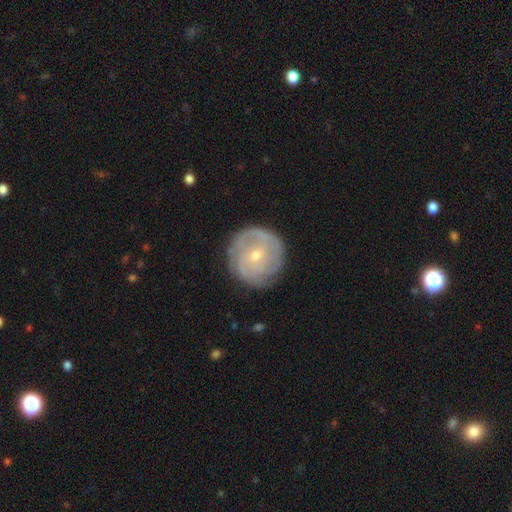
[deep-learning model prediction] A featured or disk galaxy (78%) with no bar (60%), tight (70%) spiral arms (90%) and a small central bulge (61%).

Vote fractions:
- Smooth or featured? featured or disk: 78% / smooth: 16% / star or artifact: 6%
- Edge-on disk? no: 97% / yes: 3%
- Bar? no: 60% / weak: 32% / strong: 7%
- Spiral arms? yes: 90% / no: 10%
- Spiral winding? tight: 70% / medium: 23% / loose: 7%
- Spiral arm count? can't tell: 36% / 3: 23% / 2: 18% / 4: 12% / 1: 6% / more than 4: 6%
- Bulge size? small: 61% / moderate: 36% / large: 1% / none: 1% / dominant: 1%
- Merging? none: 82% / minor disturbance: 13% / major disturbance: 4% / merger: 1%